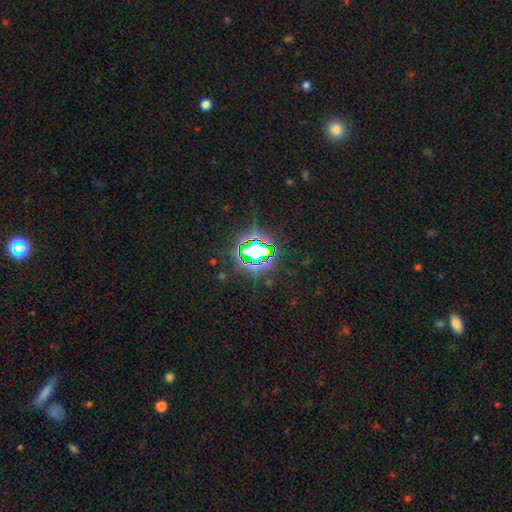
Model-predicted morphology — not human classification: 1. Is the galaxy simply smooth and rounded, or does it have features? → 75% star or artifact, 15% smooth, 10% featured or disk.